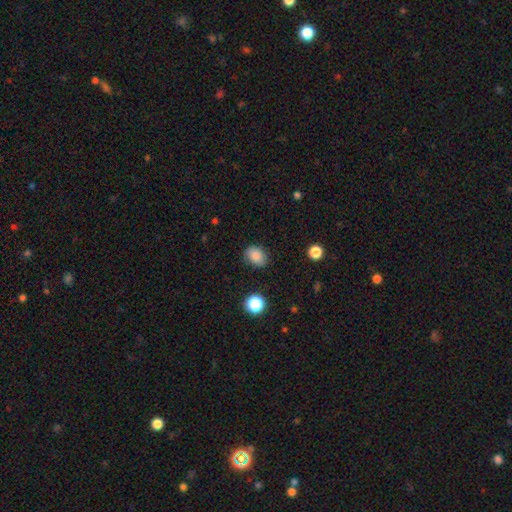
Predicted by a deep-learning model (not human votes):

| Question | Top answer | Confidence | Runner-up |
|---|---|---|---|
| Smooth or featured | smooth | 82% | star or artifact (10%) |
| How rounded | in between | 61% | round (38%) |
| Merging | none | 77% | minor disturbance (18%) |